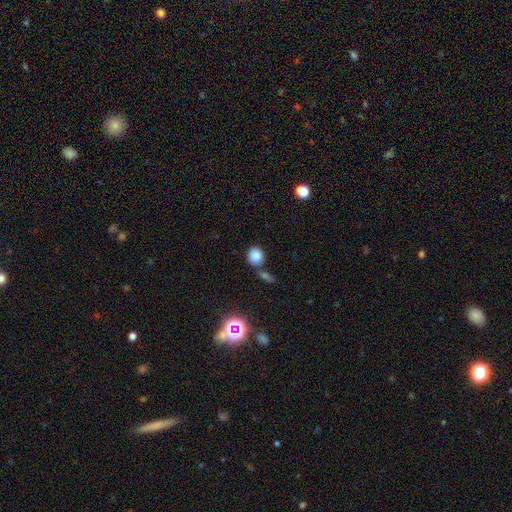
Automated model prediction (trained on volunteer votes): This is clearly a smooth galaxy (81%). How rounded: clearly round (81%). Merging: likely none (67%).